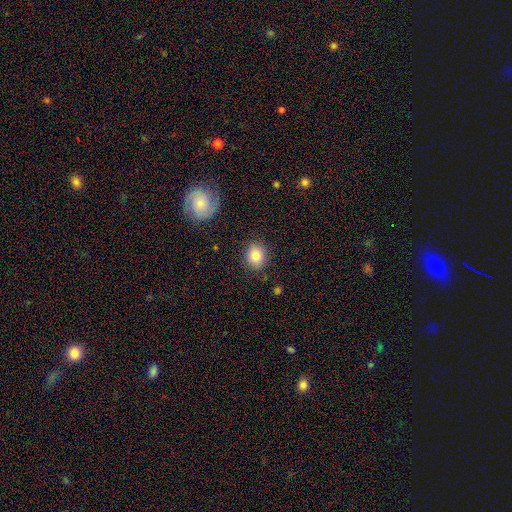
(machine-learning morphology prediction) smooth_or_featured: smooth (p=0.83) [alt: star or artifact p=0.09]
how_rounded: round (p=0.69) [alt: in between p=0.30]
merging: none (p=0.87) [alt: minor disturbance p=0.09]